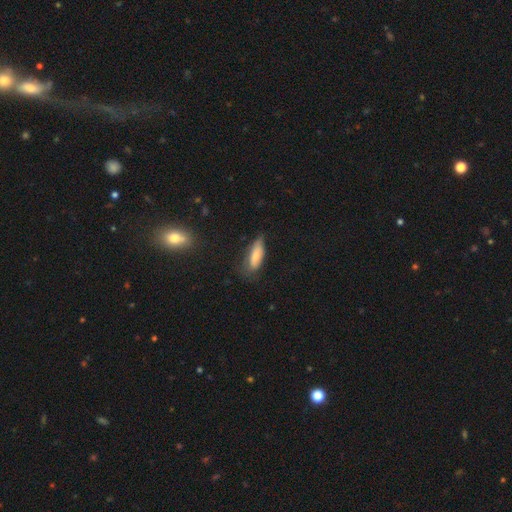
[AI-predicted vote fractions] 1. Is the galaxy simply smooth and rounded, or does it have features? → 77% smooth, 16% featured or disk, 7% star or artifact.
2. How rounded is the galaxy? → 62% in between, 36% cigar-shaped, 2% round.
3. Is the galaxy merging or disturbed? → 53% none, 33% minor disturbance, 12% major disturbance, 2% merger.